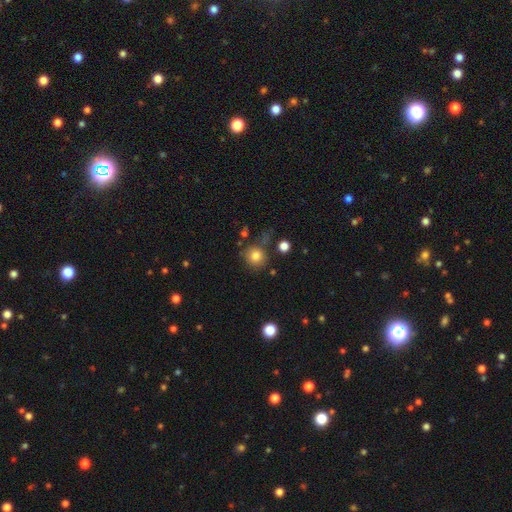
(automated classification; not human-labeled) smooth 80%, star or artifact 12%, featured or disk 8%. Down the decision tree: how rounded — round (88%); merging — none (74%).